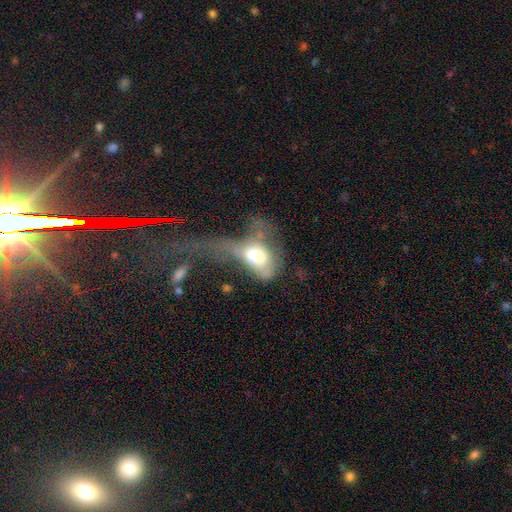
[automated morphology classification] Smooth or featured? Predicted: smooth (p=0.52). How rounded? Predicted: in between (p=0.80). Merging? Predicted: major disturbance (p=0.58).